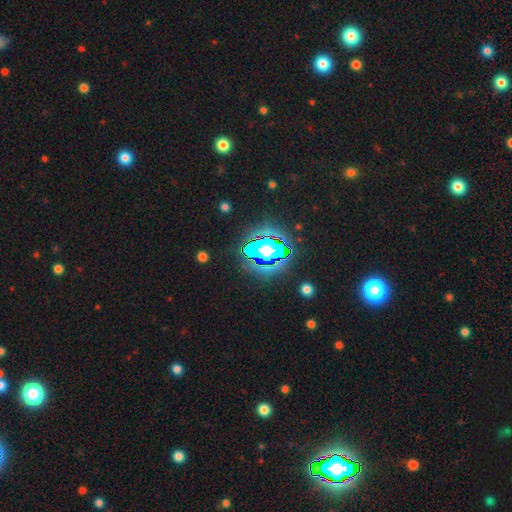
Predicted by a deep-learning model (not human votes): Overall: star or artifact (81%).